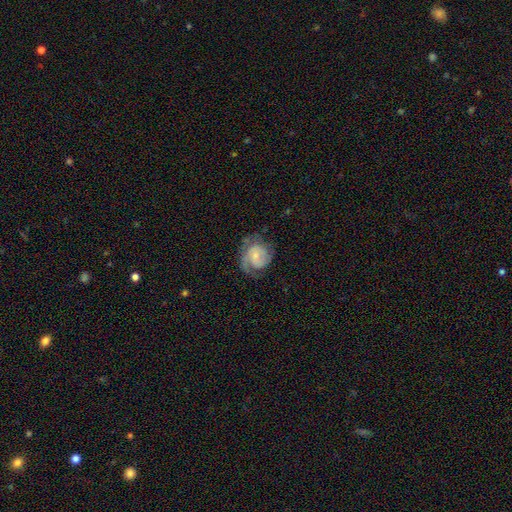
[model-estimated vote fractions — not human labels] Q: Smooth or featured?
A: featured or disk (69%); runner-up: smooth (24%)
Q: Edge-on disk?
A: no (98%); runner-up: yes (2%)
Q: Bar?
A: no (61%); runner-up: weak (33%)
Q: Spiral arms?
A: yes (89%); runner-up: no (11%)
Q: Spiral winding?
A: tight (43%); runner-up: medium (39%)
Q: Spiral arm count?
A: 2 (43%); runner-up: 1 (24%)
Q: Bulge size?
A: small (61%); runner-up: moderate (27%)
Q: Merging?
A: none (56%); runner-up: minor disturbance (23%)